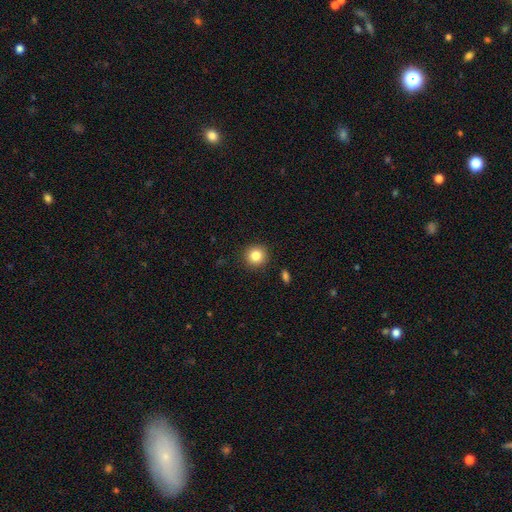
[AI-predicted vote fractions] Morphology: type=smooth (84%); roundness=round (92%); merging=none (90%).